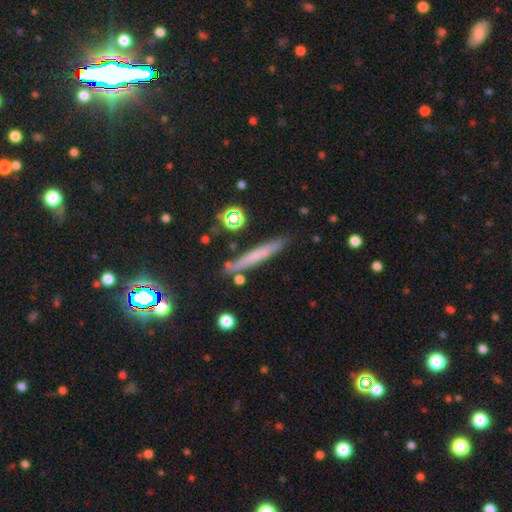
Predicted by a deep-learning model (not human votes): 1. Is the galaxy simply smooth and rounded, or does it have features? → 56% smooth, 32% featured or disk, 11% star or artifact.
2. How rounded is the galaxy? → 93% cigar-shaped, 4% in between, 2% round.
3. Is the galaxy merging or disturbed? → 83% none, 11% minor disturbance, 4% merger, 3% major disturbance.